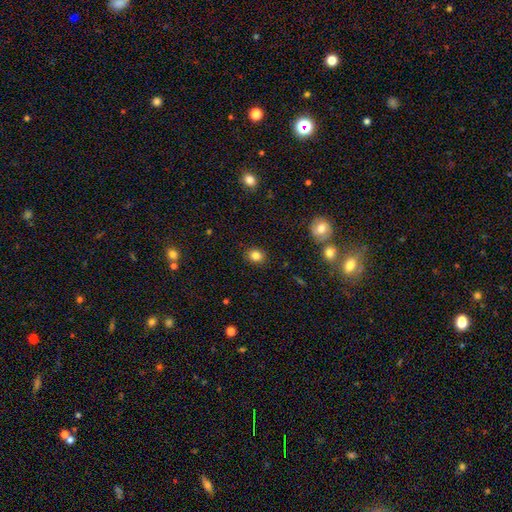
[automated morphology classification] smooth-or-featured: smooth: 83% | star or artifact: 11% | featured or disk: 6%
  how-rounded: round: 68% | in between: 31% | cigar-shaped: 1%
  merging: none: 87% | minor disturbance: 9% | major disturbance: 2% | merger: 2%